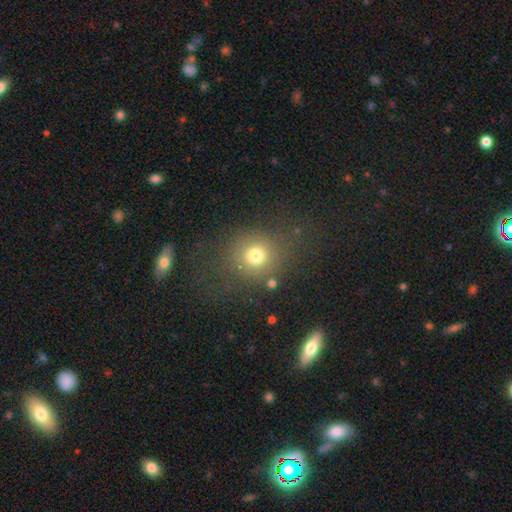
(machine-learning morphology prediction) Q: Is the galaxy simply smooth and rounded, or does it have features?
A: smooth — 74%.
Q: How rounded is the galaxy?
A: round — 83%.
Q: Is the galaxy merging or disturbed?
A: none — 74%.